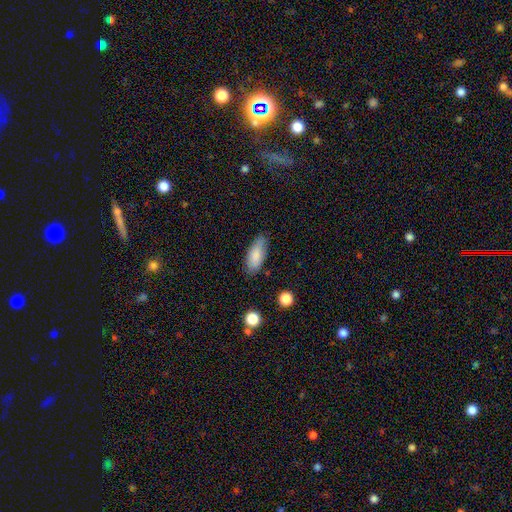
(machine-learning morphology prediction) smooth_or_featured: smooth (p=0.84) [alt: featured or disk p=0.09]
how_rounded: in between (p=0.78) [alt: cigar-shaped p=0.20]
merging: none (p=0.79) [alt: minor disturbance p=0.17]